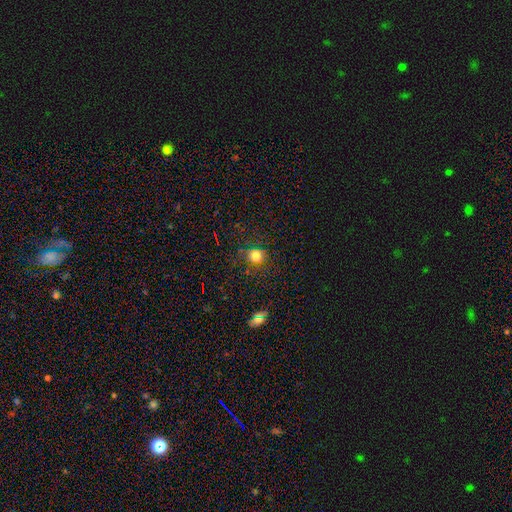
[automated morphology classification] This appears to be a smooth galaxy with no disk features (78%) that is round (87%). Merging: none (83%).